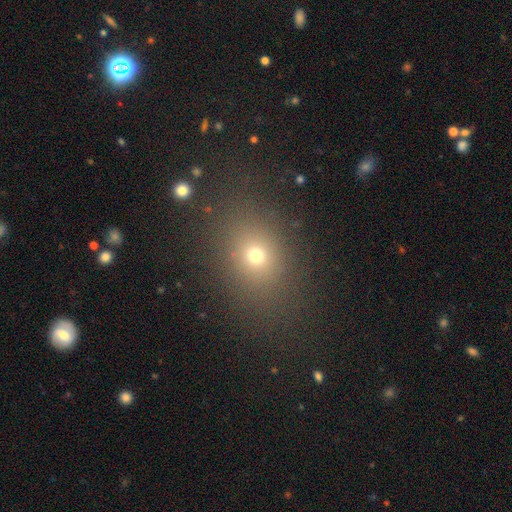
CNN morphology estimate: smooth 69%, star or artifact 20%, featured or disk 10%. Down the decision tree: how rounded — in between (50%); merging — none (81%).